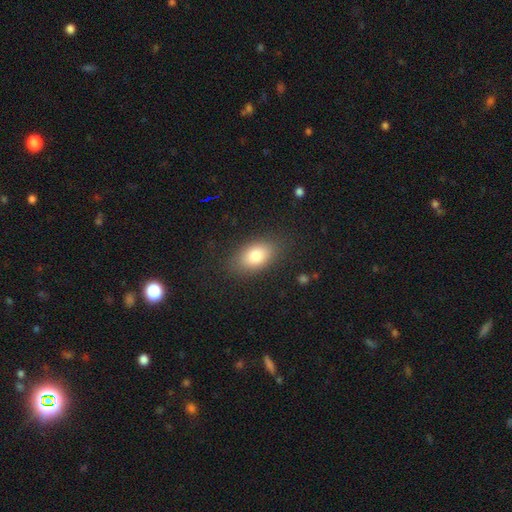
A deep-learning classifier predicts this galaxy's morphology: This is clearly a smooth galaxy (81%). How rounded: clearly in between (88%). Merging: clearly none (83%).